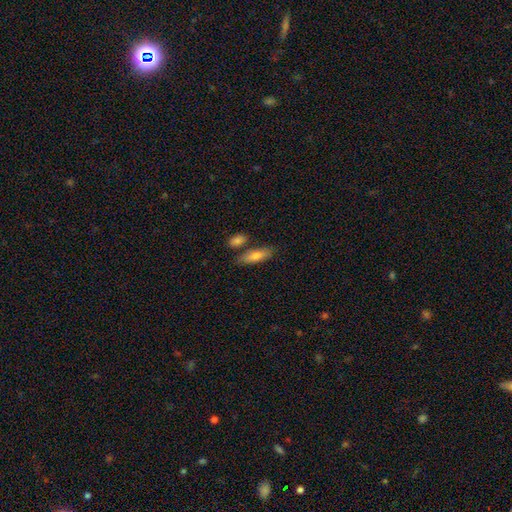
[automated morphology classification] This appears to be a smooth galaxy with no disk features (74%) that is in between round and cigar-shaped (51%). Merging: none (68%).